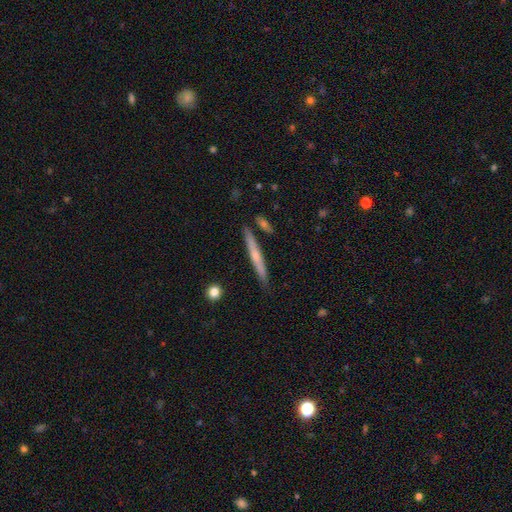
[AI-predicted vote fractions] smooth_or_featured: featured or disk (p=0.52) [alt: smooth p=0.42]
disk_edge_on: yes (p=0.96) [alt: no p=0.04]
merging: none (p=0.85) [alt: minor disturbance p=0.09]